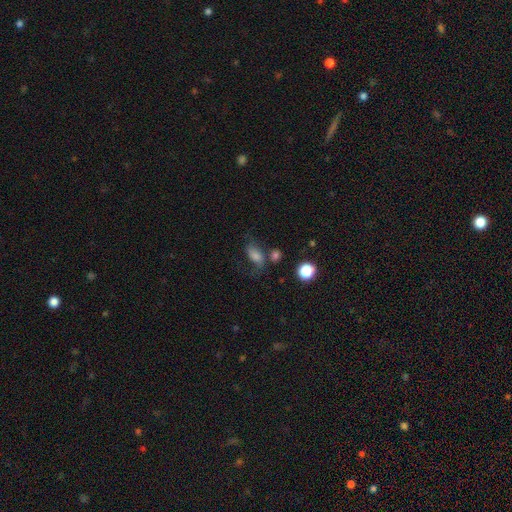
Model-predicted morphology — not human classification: smooth_or_featured: smooth (p=0.58) [alt: featured or disk p=0.25]
how_rounded: in between (p=0.78) [alt: round p=0.17]
merging: none (p=0.46) [alt: minor disturbance p=0.22]